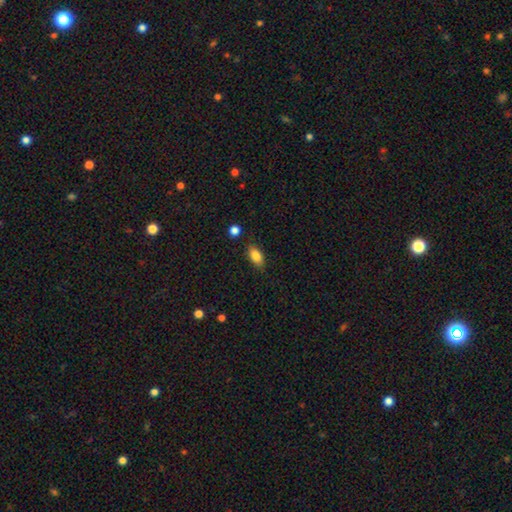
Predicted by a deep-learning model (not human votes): Overall: smooth (84%). How rounded: in between (88%). Merging: none (82%).